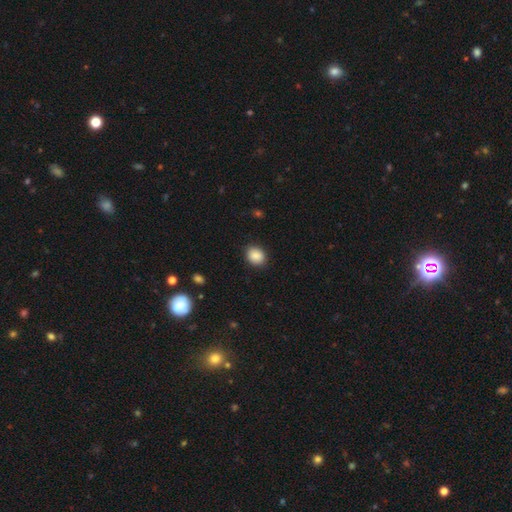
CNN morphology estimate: Smooth or featured? Predicted: smooth (p=0.88). How rounded? Predicted: round (p=0.52). Merging? Predicted: none (p=0.87).